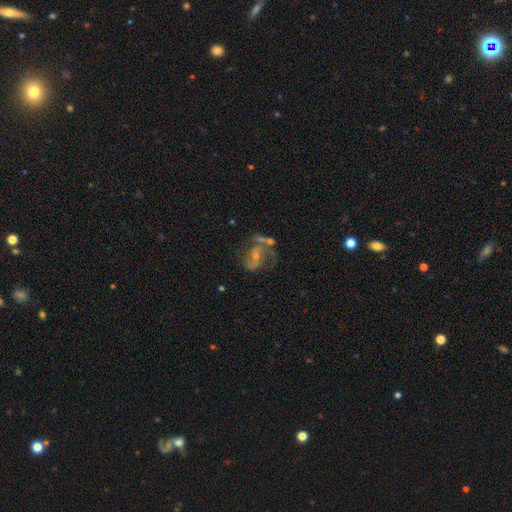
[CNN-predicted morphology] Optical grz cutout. It shows a featured or disk galaxy (74%) with no bar (41%, tied with weak), 2 (65%) medium (46%) spiral arms (80%) and a small central bulge (58%). Merging: none (37%).